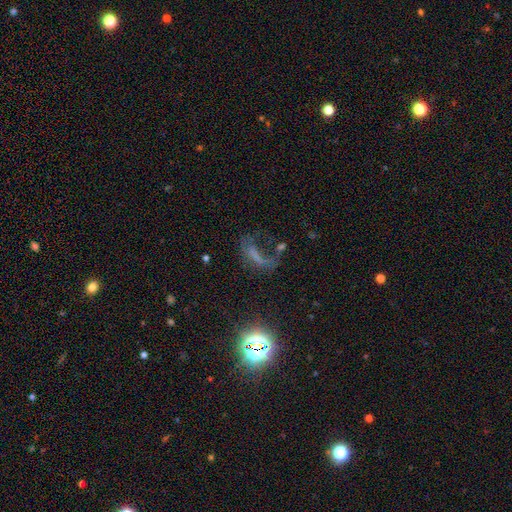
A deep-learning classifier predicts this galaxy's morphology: type=featured or disk (37%); merging=major disturbance (43%).